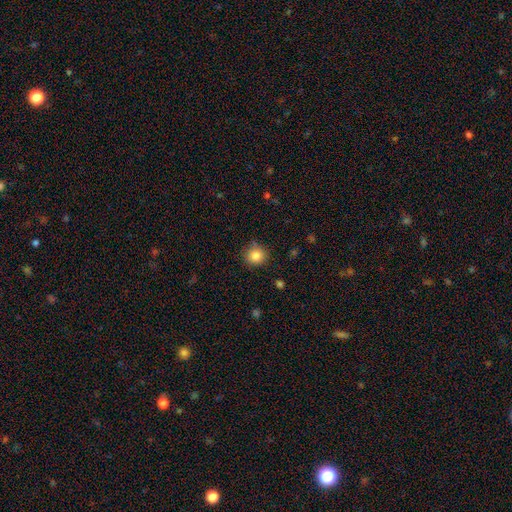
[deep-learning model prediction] Morphology: type=smooth (84%); roundness=round (88%); merging=none (85%).